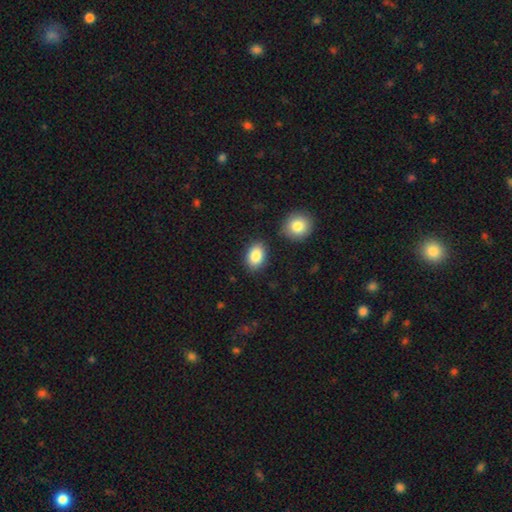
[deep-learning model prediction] Overall: smooth (86%). How rounded: in between (81%). Merging: none (82%).